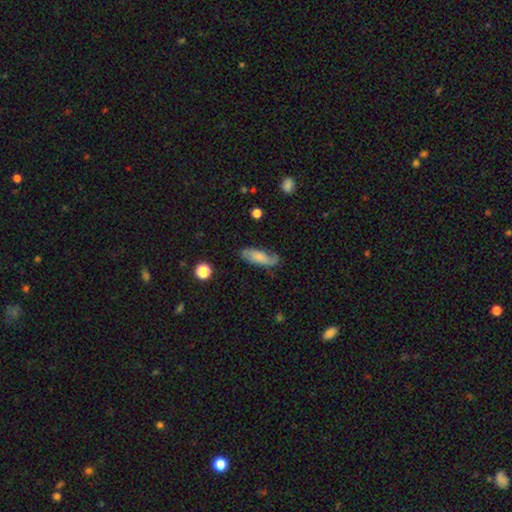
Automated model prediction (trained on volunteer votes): smooth_or_featured: featured or disk (p=0.47) [alt: smooth p=0.43]
merging: none (p=0.74) [alt: minor disturbance p=0.19]